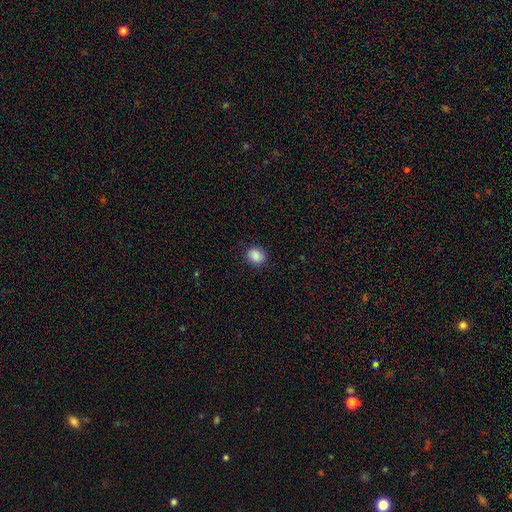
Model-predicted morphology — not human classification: type=smooth (88%); roundness=round (63%); merging=none (87%).